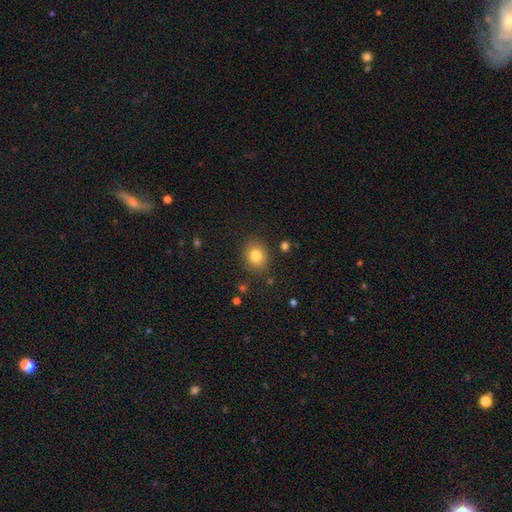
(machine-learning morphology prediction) Smooth or featured? smooth (82%)
How rounded? round (61%)
Merging? none (85%)